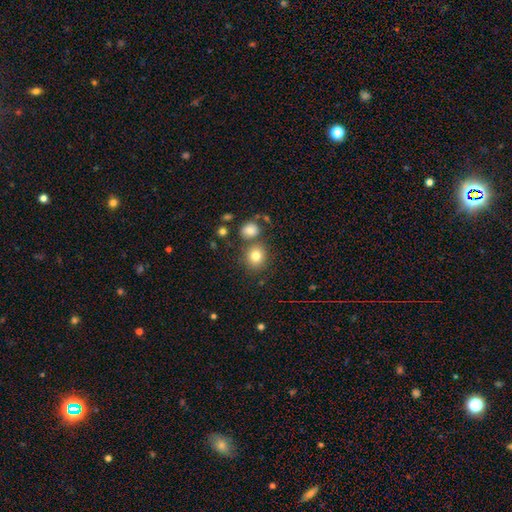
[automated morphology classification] Smooth or featured: smooth — 79% (star or artifact — 12%)
How rounded: round — 79% (in between — 20%)
Merging: none — 71% (merger — 16%)